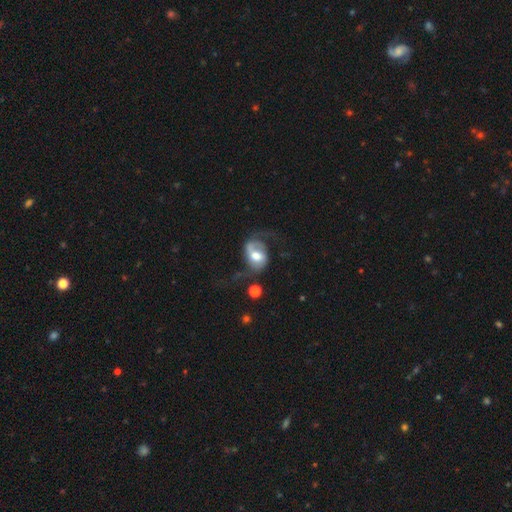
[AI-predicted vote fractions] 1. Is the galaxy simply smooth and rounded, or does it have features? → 69% featured or disk, 25% smooth, 6% star or artifact.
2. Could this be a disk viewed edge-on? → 97% no, 3% yes.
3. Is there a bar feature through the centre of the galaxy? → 42% weak, 37% no, 21% strong.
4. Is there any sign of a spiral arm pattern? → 86% yes, 14% no.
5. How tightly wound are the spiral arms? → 61% loose, 31% medium, 9% tight.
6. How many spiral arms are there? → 74% 2, 18% 1, 5% can't tell, 1% 3, 1% 4, 1% more than 4.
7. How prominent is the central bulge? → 60% moderate, 25% large, 10% small, 3% dominant, 2% none.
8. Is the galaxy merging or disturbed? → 42% none, 33% major disturbance, 20% minor disturbance, 5% merger.